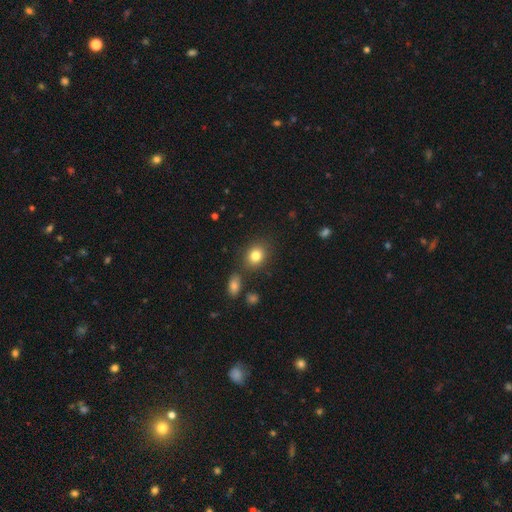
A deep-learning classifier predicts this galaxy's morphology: Smooth or featured: smooth — 82% (star or artifact — 10%)
How rounded: round — 55% (in between — 44%)
Merging: none — 80% (minor disturbance — 10%)